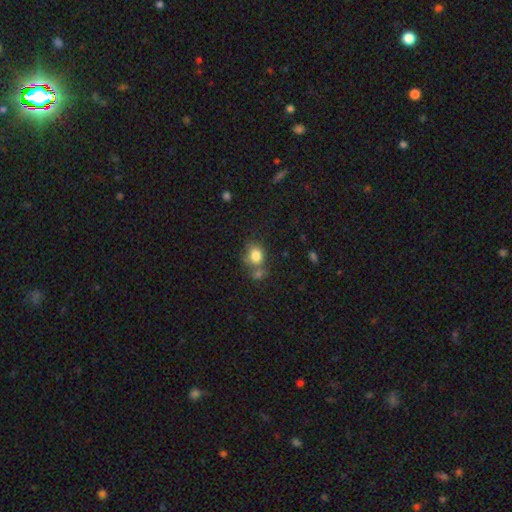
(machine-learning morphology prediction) A smooth galaxy with no disk features (82%) that is round (58%). Merging: none (51%).